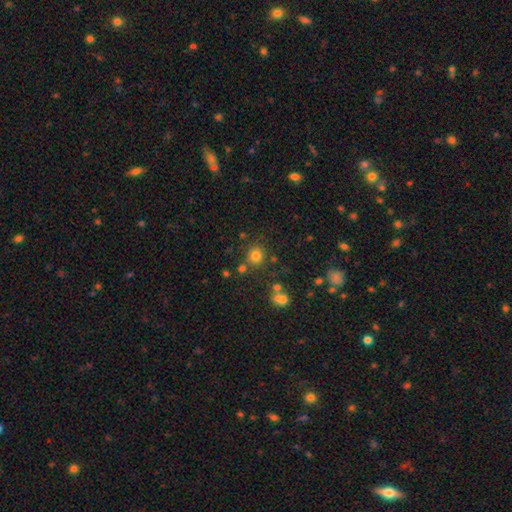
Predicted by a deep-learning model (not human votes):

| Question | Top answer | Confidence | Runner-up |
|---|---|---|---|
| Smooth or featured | smooth | 77% | star or artifact (16%) |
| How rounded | round | 87% | in between (12%) |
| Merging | none | 76% | merger (10%) |